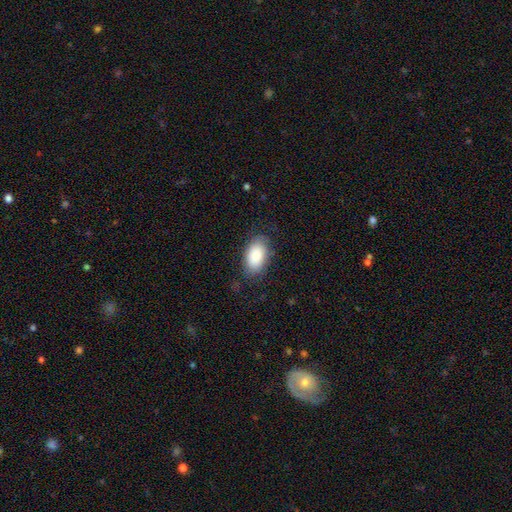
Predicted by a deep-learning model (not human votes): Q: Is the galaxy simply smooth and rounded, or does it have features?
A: smooth — 86%.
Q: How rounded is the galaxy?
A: in between — 94%.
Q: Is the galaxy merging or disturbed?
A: none — 75%.